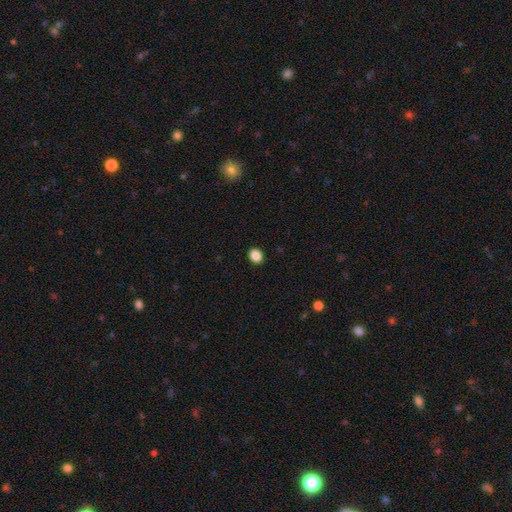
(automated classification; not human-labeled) Smooth or featured? Predicted: smooth (p=0.88). How rounded? Predicted: round (p=0.54). Merging? Predicted: none (p=0.92).